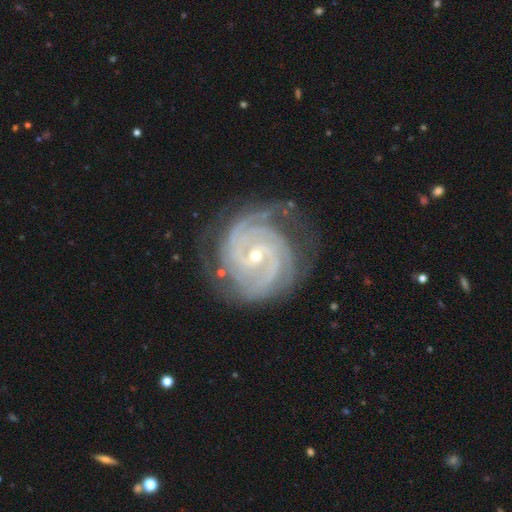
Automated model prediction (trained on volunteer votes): Smooth or featured? Predicted: featured or disk (p=0.92). Edge-on disk? Predicted: no (p=0.98). Bar? Predicted: no (p=0.45). Spiral arms? Predicted: yes (p=0.99). Spiral winding? Predicted: tight (p=0.77). Spiral arm count? Predicted: 3 (p=0.26). Bulge size? Predicted: small (p=0.72). Merging? Predicted: none (p=0.73).